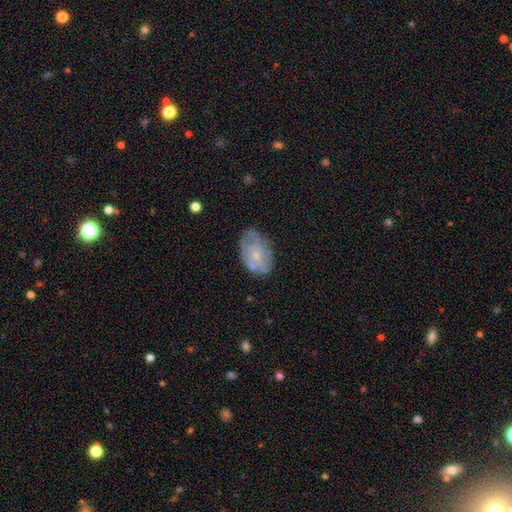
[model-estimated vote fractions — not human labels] A featured or disk galaxy (47%). Merging: none (61%).